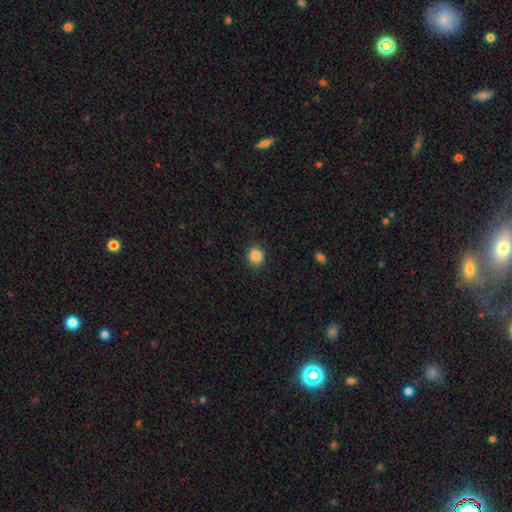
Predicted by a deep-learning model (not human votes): Q: Smooth or featured?
A: smooth (86%); runner-up: star or artifact (10%)
Q: How rounded?
A: round (74%); runner-up: in between (25%)
Q: Merging?
A: none (89%); runner-up: minor disturbance (8%)